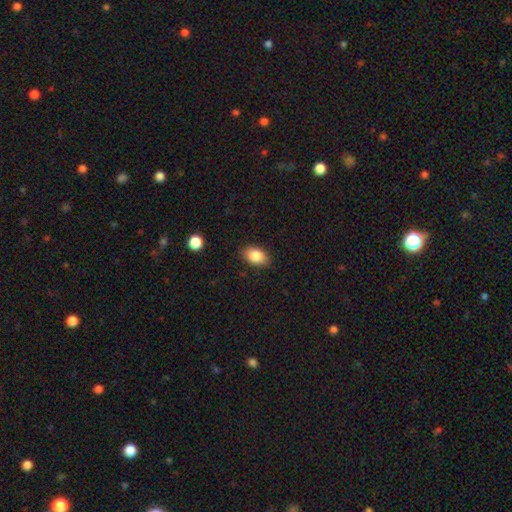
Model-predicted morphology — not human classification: Q: Smooth or featured?
A: smooth (85%); runner-up: star or artifact (8%)
Q: How rounded?
A: in between (88%); runner-up: round (11%)
Q: Merging?
A: none (87%); runner-up: minor disturbance (9%)